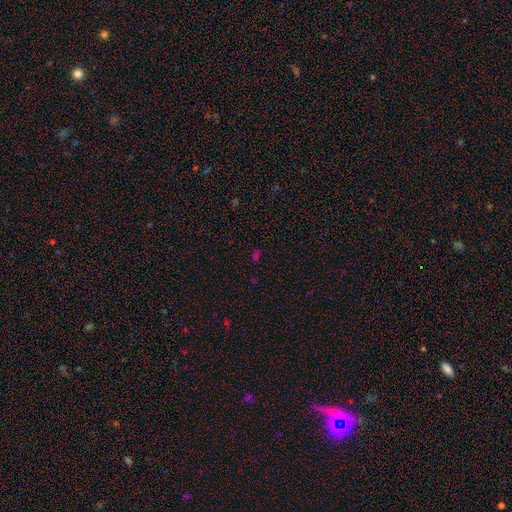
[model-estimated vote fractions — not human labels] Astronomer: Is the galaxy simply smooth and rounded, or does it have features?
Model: smooth — 47% (runner-up: star or artifact, 46%).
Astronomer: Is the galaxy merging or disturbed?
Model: none — 75%.